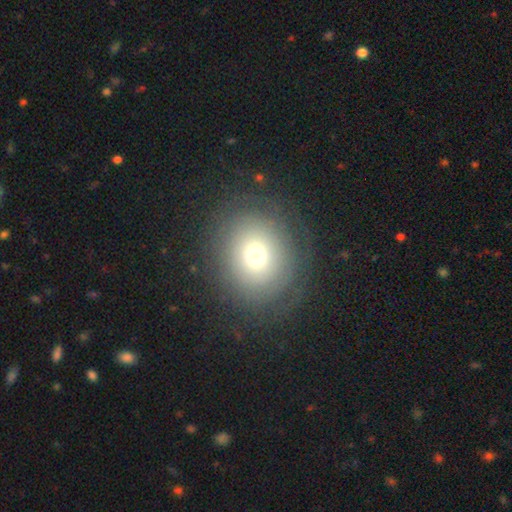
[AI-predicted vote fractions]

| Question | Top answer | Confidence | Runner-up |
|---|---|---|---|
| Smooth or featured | smooth | 64% | featured or disk (22%) |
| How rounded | round | 78% | in between (21%) |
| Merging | none | 80% | minor disturbance (11%) |